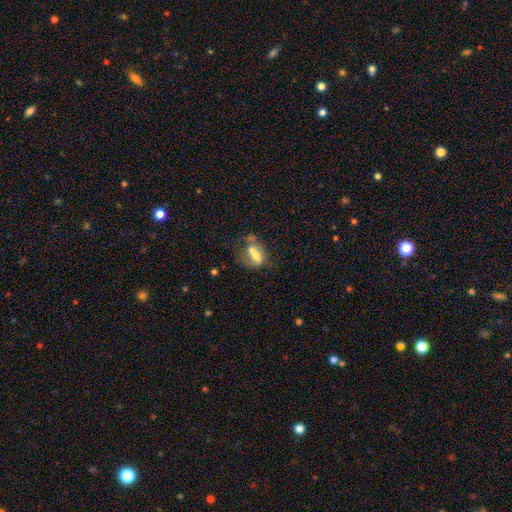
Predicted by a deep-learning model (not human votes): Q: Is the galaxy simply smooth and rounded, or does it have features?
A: smooth — 49%.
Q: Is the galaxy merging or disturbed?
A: merger — 38%.